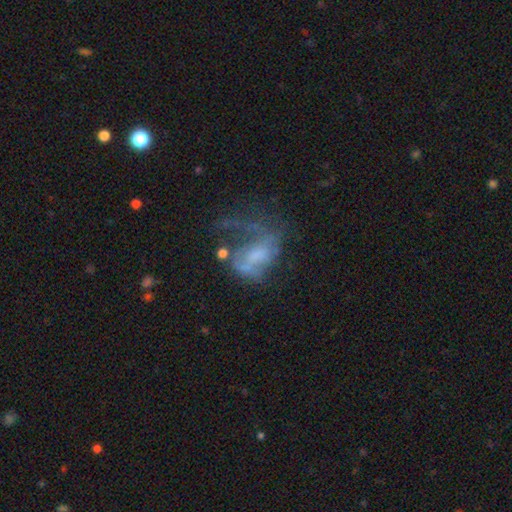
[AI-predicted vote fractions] featured or disk 64%, smooth 22%, star or artifact 14%. Down the decision tree: edge-on disk — no (97%); bar — no (66%); spiral arms — yes (53%); bulge size — none (34%); merging — major disturbance (50%).